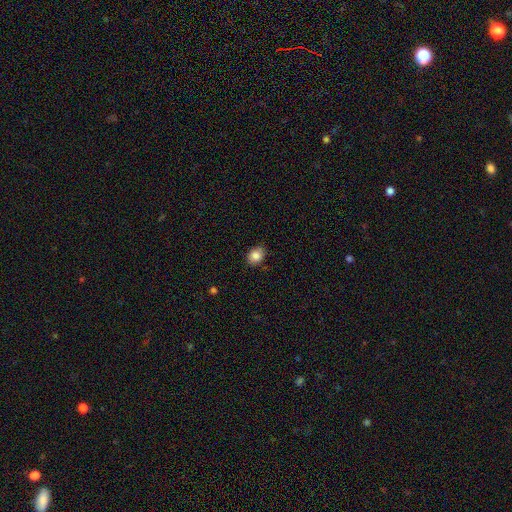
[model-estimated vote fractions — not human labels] smooth_or_featured: smooth (p=0.85) [alt: star or artifact p=0.09]
how_rounded: in between (p=0.63) [alt: round p=0.36]
merging: none (p=0.83) [alt: minor disturbance p=0.13]